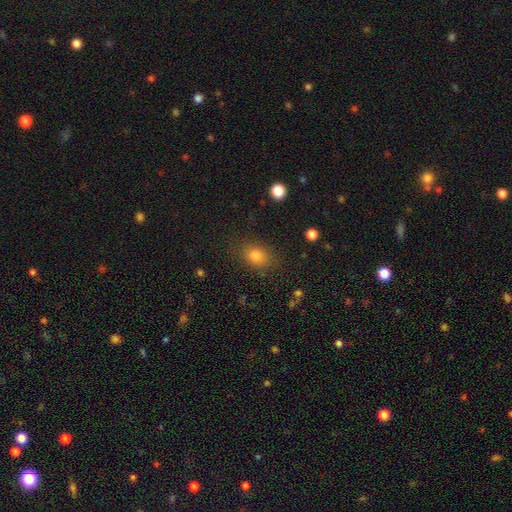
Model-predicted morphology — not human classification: Smooth or featured: smooth — 79% (star or artifact — 13%)
How rounded: in between — 56% (round — 43%)
Merging: none — 82% (minor disturbance — 12%)